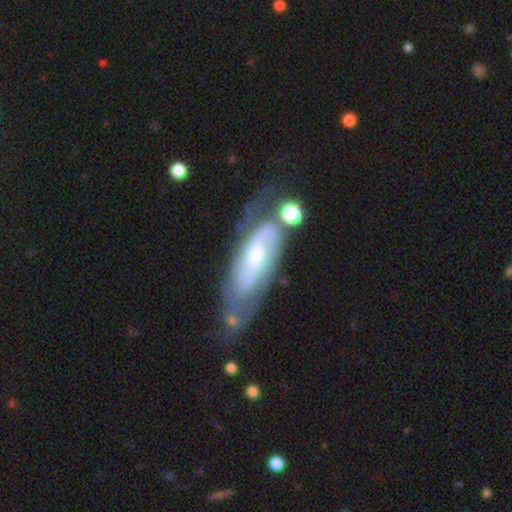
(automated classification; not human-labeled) Smooth or featured? Predicted: featured or disk (p=0.76). Edge-on disk? Predicted: no (p=0.85). Bar? Predicted: no (p=0.54). Spiral arms? Predicted: yes (p=0.90). Spiral winding? Predicted: tight (p=0.46). Spiral arm count? Predicted: 2 (p=0.58). Bulge size? Predicted: moderate (p=0.49). Merging? Predicted: none (p=0.56).